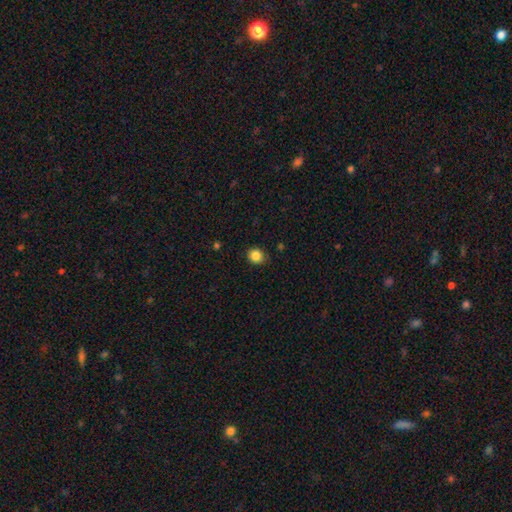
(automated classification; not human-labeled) A smooth galaxy with no disk features (86%) that is round (79%). Merging: none (85%).